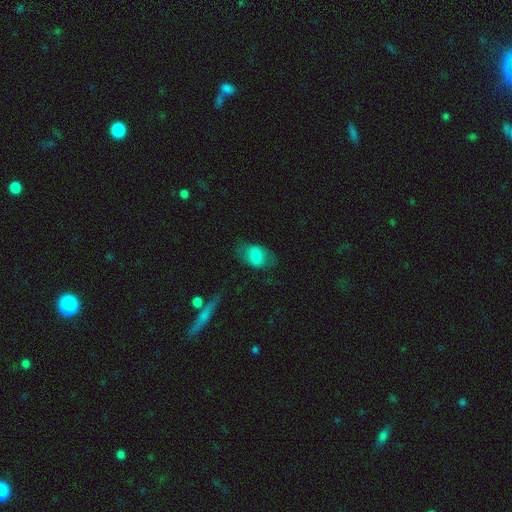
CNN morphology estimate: Smooth or featured?
  - smooth: 74% *
  - featured or disk: 19%
  - star or artifact: 8%
How rounded?
  - in between: 87% *
  - round: 11%
  - cigar-shaped: 2%
Merging?
  - none: 65% *
  - minor disturbance: 22%
  - major disturbance: 11%
  - merger: 2%